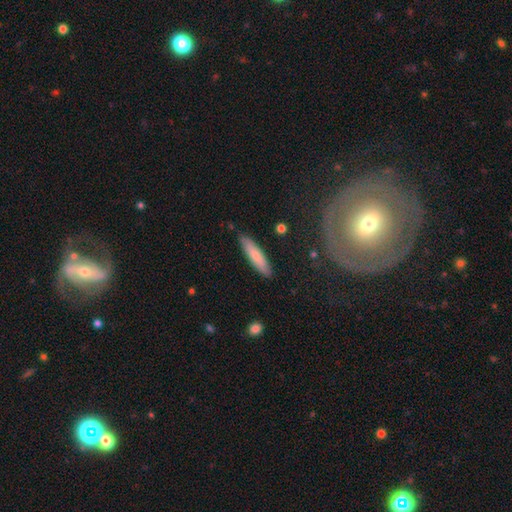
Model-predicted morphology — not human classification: Smooth or featured? Predicted: smooth (p=0.77). How rounded? Predicted: cigar-shaped (p=0.81). Merging? Predicted: none (p=0.87).